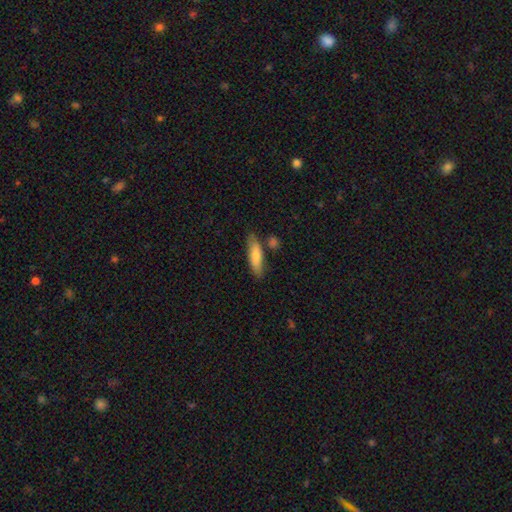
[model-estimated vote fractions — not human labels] The model was most divided on "how rounded": cigar-shaped: 62%, in between: 36%, round: 2%. More confident: merging — none (76%); smooth or featured — smooth (73%).